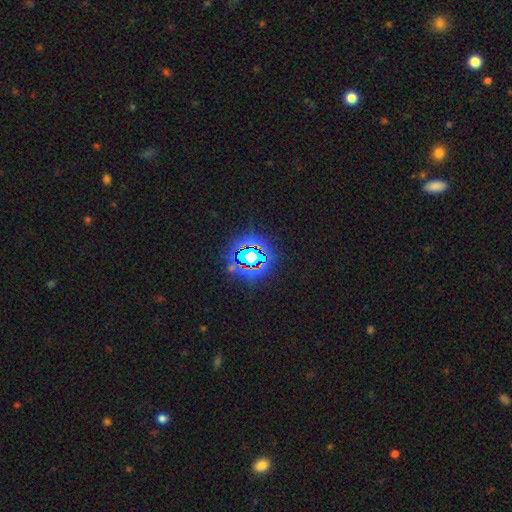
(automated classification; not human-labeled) Smooth or featured: star or artifact — 74% (smooth — 15%)